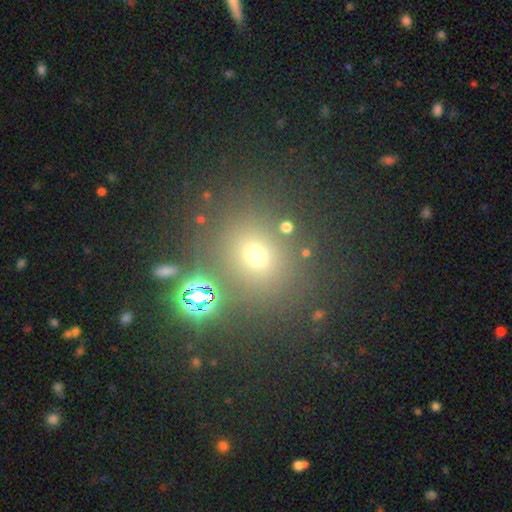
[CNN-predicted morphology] This is possibly a smooth galaxy (58%). How rounded: likely round (69%). Merging: likely none (79%).